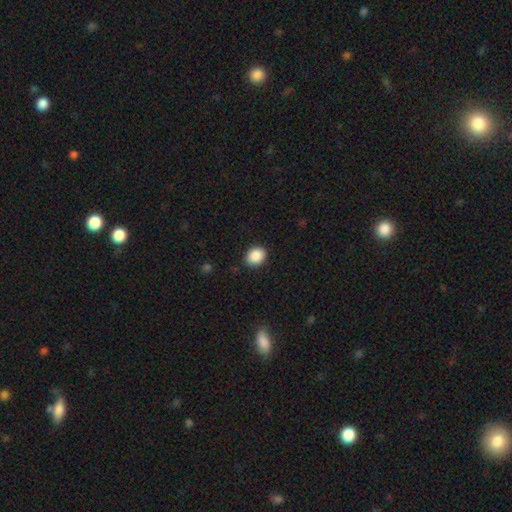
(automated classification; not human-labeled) Q: Smooth or featured?
A: smooth (89%); runner-up: star or artifact (8%)
Q: How rounded?
A: round (53%); runner-up: in between (46%)
Q: Merging?
A: none (88%); runner-up: minor disturbance (8%)